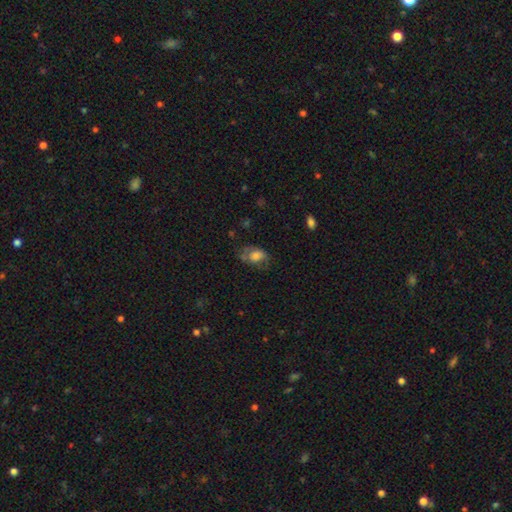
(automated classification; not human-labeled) Q: Smooth or featured?
A: smooth (63%); runner-up: featured or disk (28%)
Q: How rounded?
A: in between (81%); runner-up: round (17%)
Q: Merging?
A: none (47%); runner-up: minor disturbance (29%)